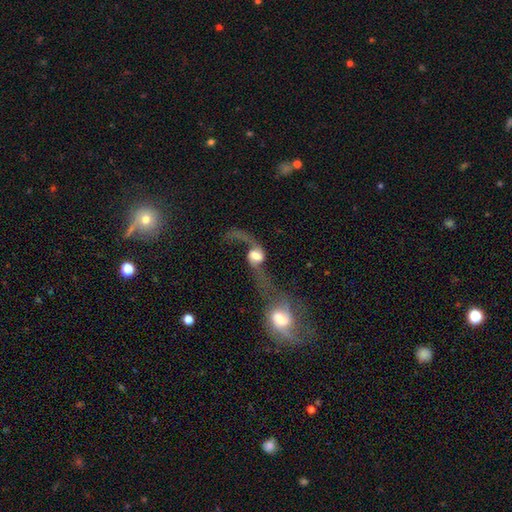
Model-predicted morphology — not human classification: smooth-or-featured: featured or disk: 67% | smooth: 24% | star or artifact: 9%
  disk-edge-on: no: 93% | yes: 7%
    bar: no: 49% | weak: 38% | strong: 13%
    has-spiral-arms: yes: 84% | no: 16%
      spiral-winding: loose: 90% | medium: 7% | tight: 2%
      spiral-arm-count: 2: 65% | 1: 29% | can't tell: 3% | 3: 1% | 4: 1% | more than 4: 1%
    bulge-size: large: 38% | moderate: 35% | small: 11% | dominant: 10% | none: 6%
  merging: merger: 63% | major disturbance: 19% | none: 13% | minor disturbance: 6%